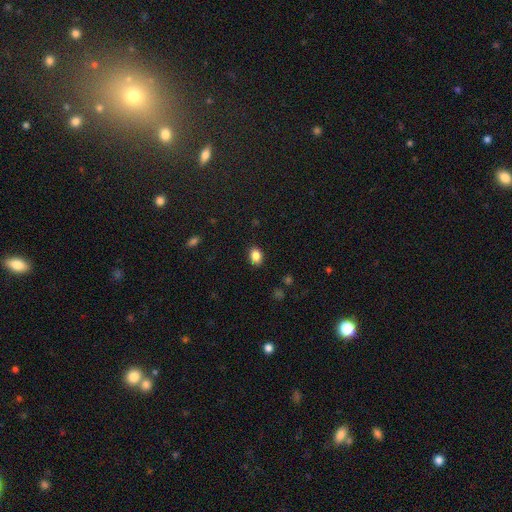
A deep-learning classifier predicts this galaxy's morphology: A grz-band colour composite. It shows a smooth galaxy with no disk features (87%) that is in between round and cigar-shaped (69%). Merging: none (88%).